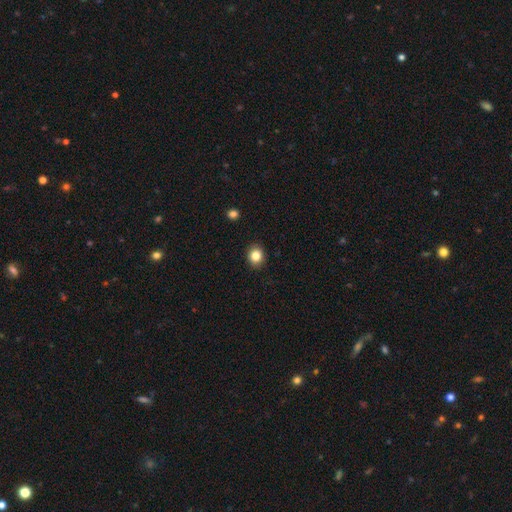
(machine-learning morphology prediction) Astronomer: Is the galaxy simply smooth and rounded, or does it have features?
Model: smooth — 83%.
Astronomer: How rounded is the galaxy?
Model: round — 67%.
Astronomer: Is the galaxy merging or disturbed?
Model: none — 90%.